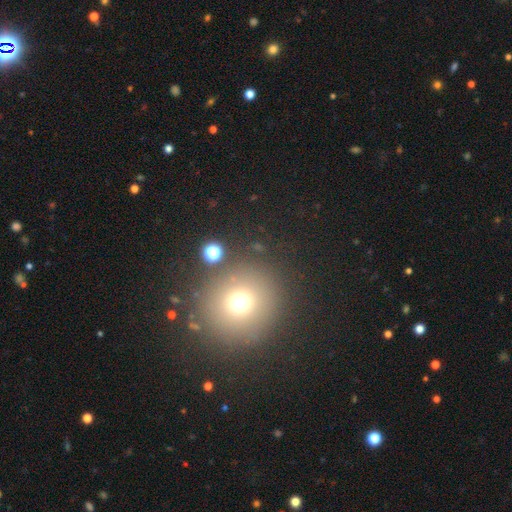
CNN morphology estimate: Q: Smooth or featured?
A: smooth (57%); runner-up: star or artifact (32%)
Q: How rounded?
A: round (93%); runner-up: in between (6%)
Q: Merging?
A: none (86%); runner-up: minor disturbance (7%)